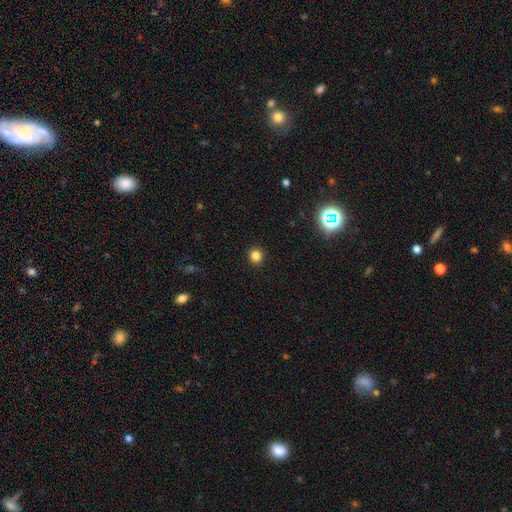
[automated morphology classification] type=smooth (83%); roundness=round (93%); merging=none (93%).